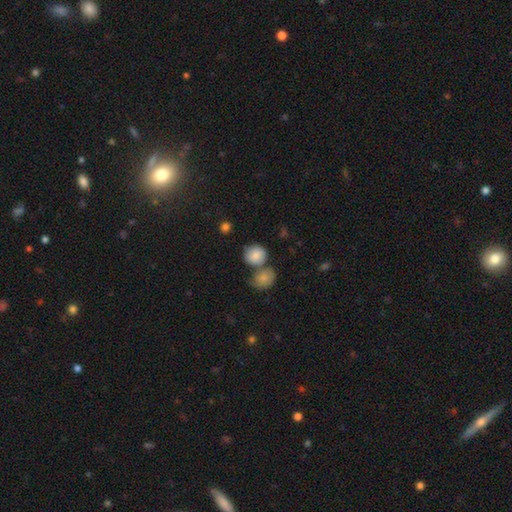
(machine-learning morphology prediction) The model was most divided on "merging": none: 47%, merger: 36%, minor disturbance: 12%, major disturbance: 5%. More confident: smooth or featured — smooth (84%); how rounded — round (76%).